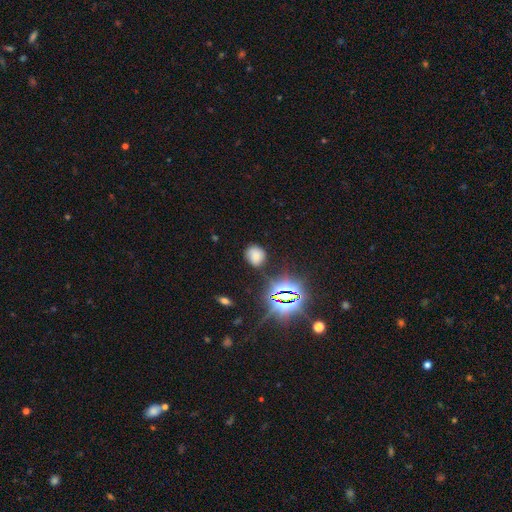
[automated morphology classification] smooth-or-featured: smooth: 66% | star or artifact: 24% | featured or disk: 10%
  how-rounded: round: 71% | in between: 27% | cigar-shaped: 1%
  merging: none: 78% | minor disturbance: 15% | major disturbance: 4% | merger: 2%